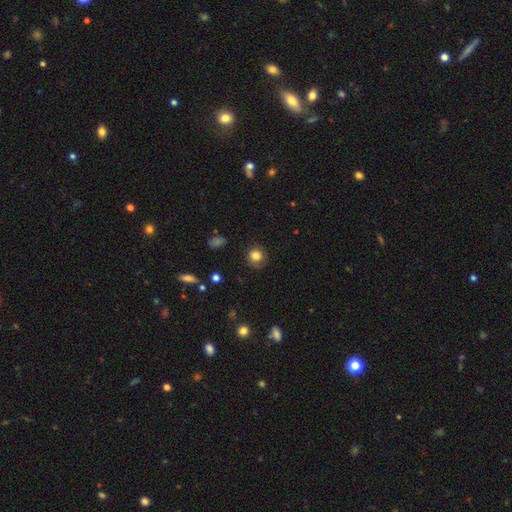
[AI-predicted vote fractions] A smooth galaxy with no disk features (83%) that is round (87%). Merging: none (79%).